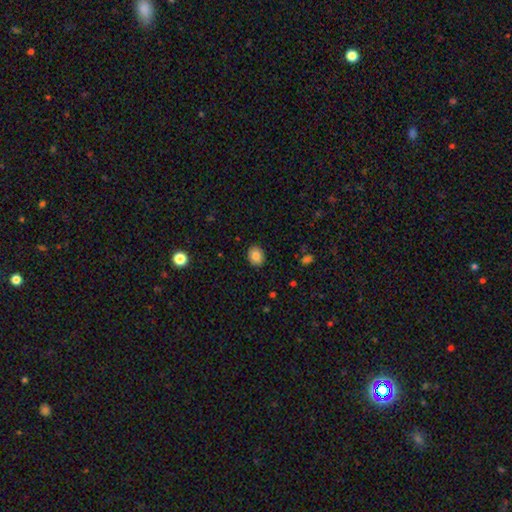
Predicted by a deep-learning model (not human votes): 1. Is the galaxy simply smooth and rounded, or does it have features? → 82% smooth, 9% featured or disk, 9% star or artifact.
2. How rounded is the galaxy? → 51% round, 48% in between, 1% cigar-shaped.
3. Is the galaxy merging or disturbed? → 89% none, 8% minor disturbance, 2% major disturbance, 1% merger.